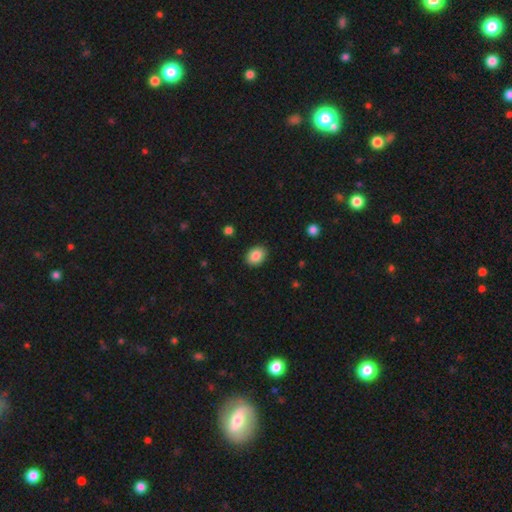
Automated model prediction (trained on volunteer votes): A smooth galaxy with no disk features (87%) that is in between round and cigar-shaped (64%). Merging: none (89%).